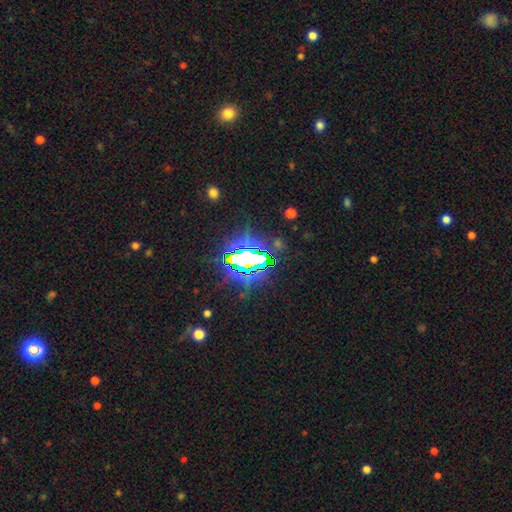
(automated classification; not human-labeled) This is clearly a star or artifact rather than a galaxy (81%).